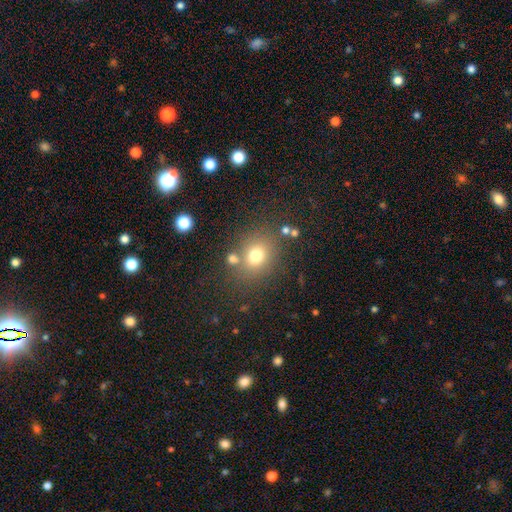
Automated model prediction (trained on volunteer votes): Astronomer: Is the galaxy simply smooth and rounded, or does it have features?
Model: smooth — 72%.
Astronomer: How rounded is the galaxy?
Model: round — 66%.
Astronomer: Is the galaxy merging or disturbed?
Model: none — 72%.